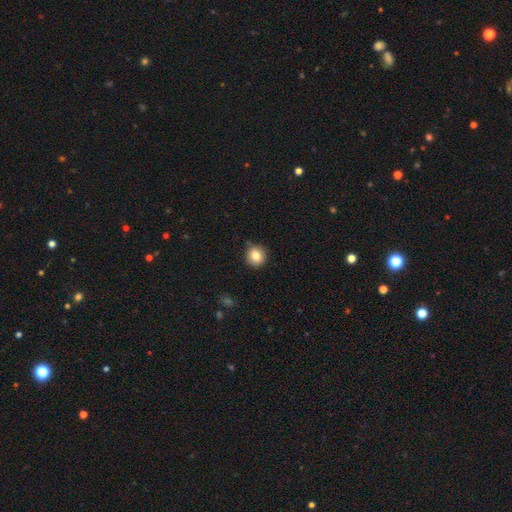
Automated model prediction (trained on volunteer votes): smooth-or-featured: smooth: 82% | star or artifact: 10% | featured or disk: 8%
  how-rounded: round: 92% | in between: 7% | cigar-shaped: 1%
  merging: none: 88% | minor disturbance: 9% | major disturbance: 2% | merger: 2%